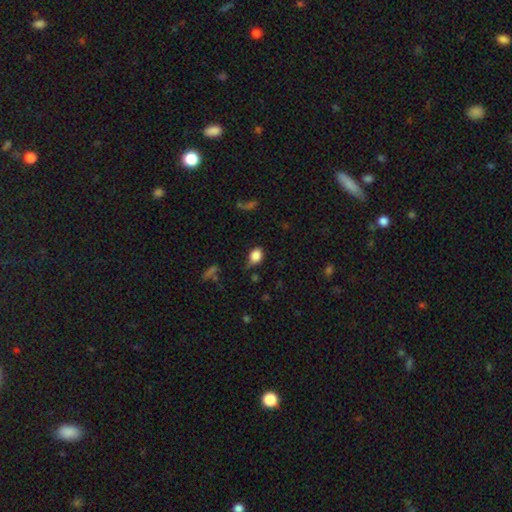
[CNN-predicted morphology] This appears to be a smooth galaxy with no disk features (84%) that is in between round and cigar-shaped (68%). Merging: none (55%).